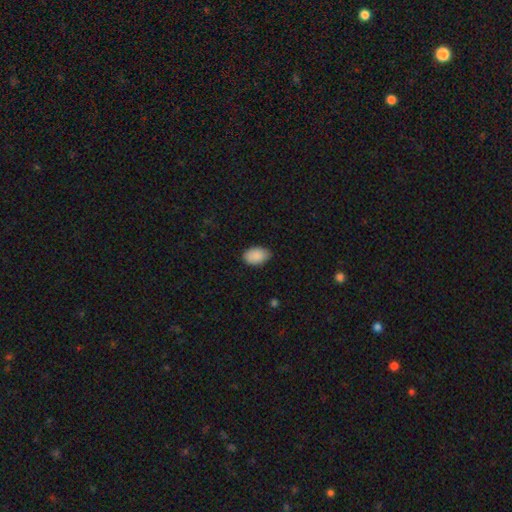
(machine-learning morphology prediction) Smooth or featured? smooth (89%)
How rounded? in between (88%)
Merging? none (79%)